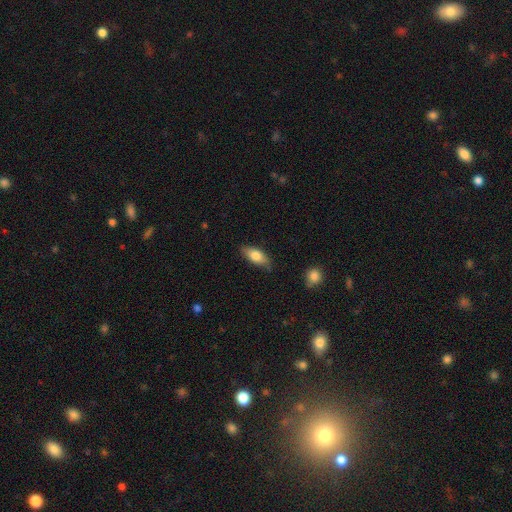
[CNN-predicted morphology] type=smooth (77%); roundness=in between (84%); merging=none (77%).